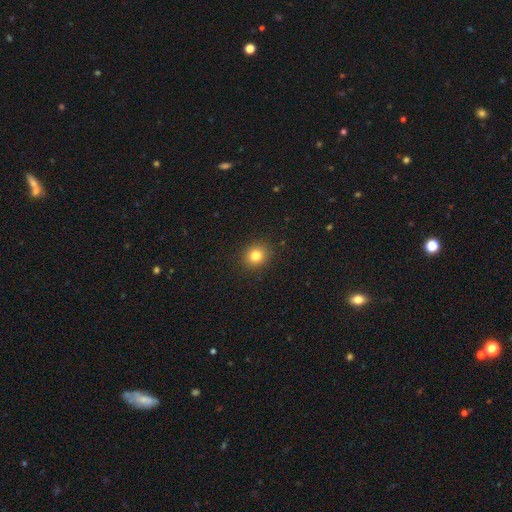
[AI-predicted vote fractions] Morphology: type=smooth (82%); roundness=round (75%); merging=none (90%).